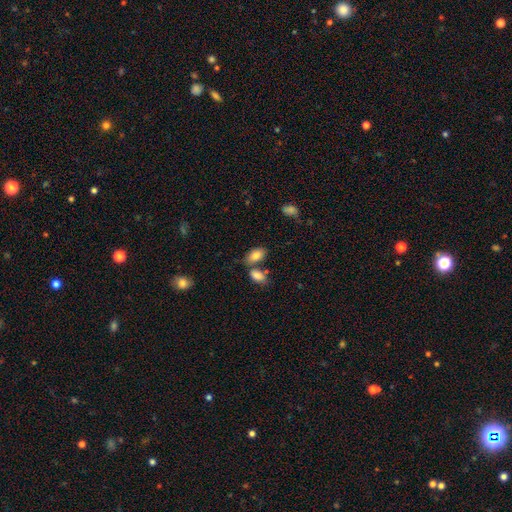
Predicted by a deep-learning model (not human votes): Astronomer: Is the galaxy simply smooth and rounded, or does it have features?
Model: smooth — 83%.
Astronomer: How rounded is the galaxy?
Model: in between — 92%.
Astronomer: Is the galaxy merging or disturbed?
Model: none — 57%.